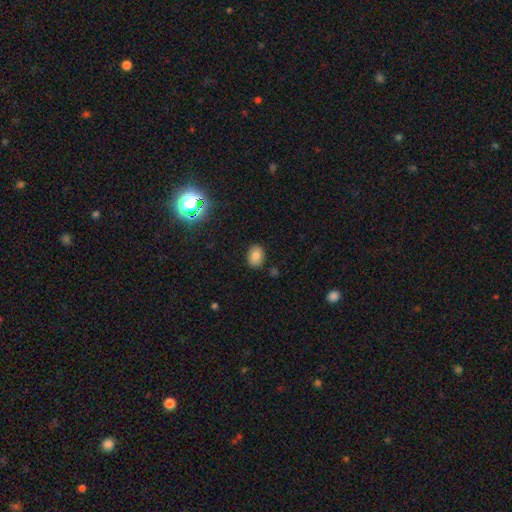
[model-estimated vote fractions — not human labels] Smooth or featured? Predicted: smooth (p=0.80). How rounded? Predicted: in between (p=0.63). Merging? Predicted: none (p=0.87).